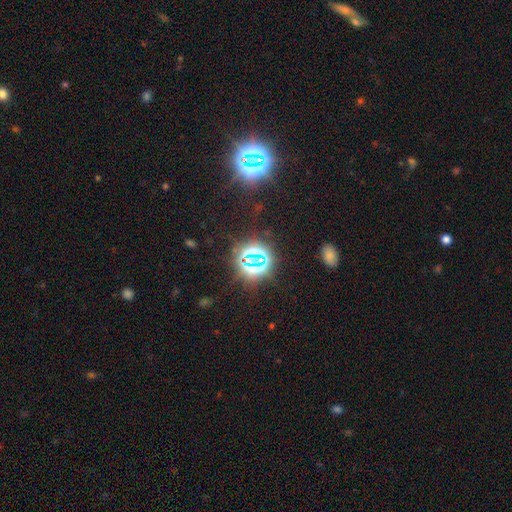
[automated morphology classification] star or artifact 77%, smooth 16%, featured or disk 7%.